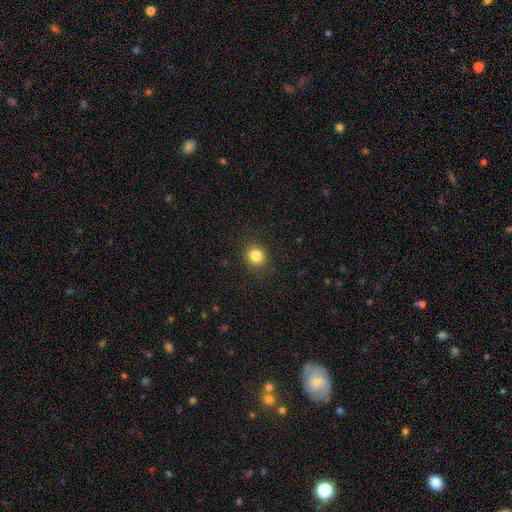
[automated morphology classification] This appears to be a smooth galaxy with no disk features (83%) that is round (87%). Merging: none (90%).